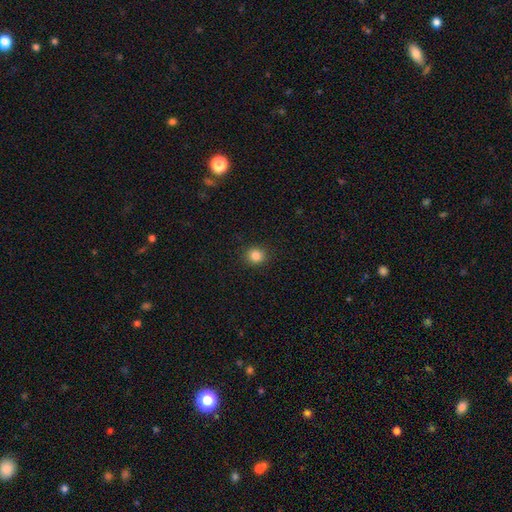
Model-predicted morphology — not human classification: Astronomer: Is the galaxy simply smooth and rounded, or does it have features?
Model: smooth — 84%.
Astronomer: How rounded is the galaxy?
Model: round — 87%.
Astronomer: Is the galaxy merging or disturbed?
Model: none — 91%.